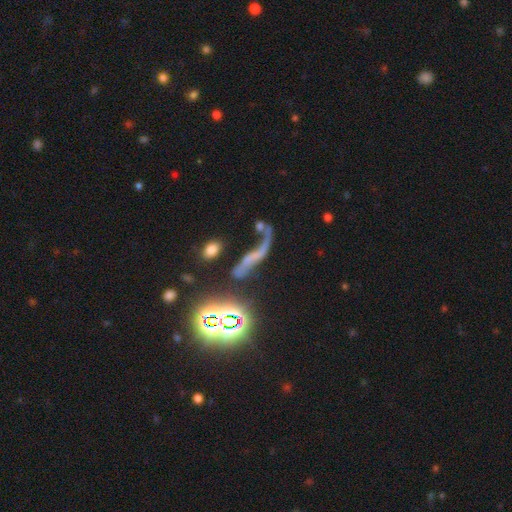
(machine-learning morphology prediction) Overall: featured or disk (49%; star or artifact 31%). Merging: none (37%; major disturbance 28%).